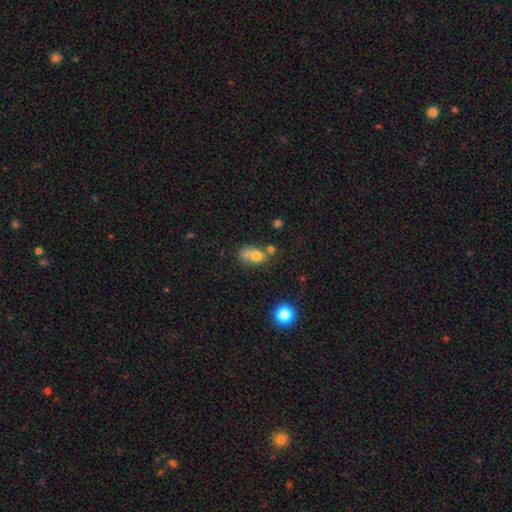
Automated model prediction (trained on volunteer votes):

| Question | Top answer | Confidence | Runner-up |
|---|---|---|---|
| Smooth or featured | smooth | 71% | featured or disk (16%) |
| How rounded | in between | 61% | round (37%) |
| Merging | merger | 43% | none (31%) |